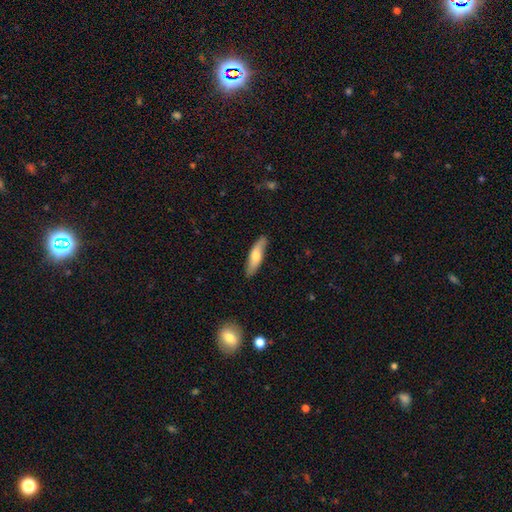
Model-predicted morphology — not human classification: Smooth or featured: smooth — 61% (featured or disk — 34%)
How rounded: cigar-shaped — 65% (in between — 33%)
Merging: none — 86% (minor disturbance — 11%)